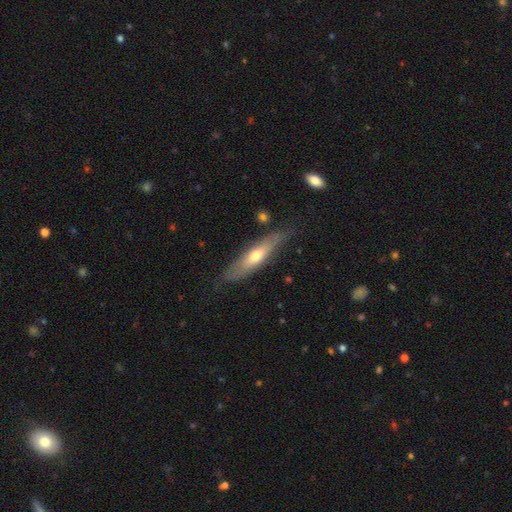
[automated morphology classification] Smooth or featured?
  - featured or disk: 50% *
  - smooth: 45%
  - star or artifact: 6%
Merging?
  - none: 74% *
  - minor disturbance: 19%
  - major disturbance: 5%
  - merger: 2%